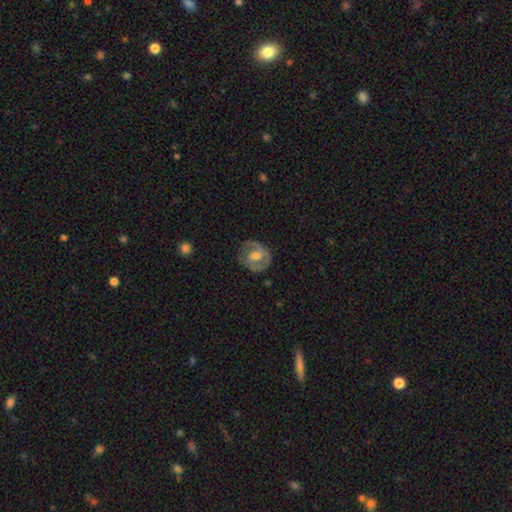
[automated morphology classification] type=featured or disk (71%); edge-on=no (97%); bar=weak (48%); spiral arms=yes (87%); winding=medium (50%); arm count=2 (80%); bulge=moderate (56%); merging=none (73%).